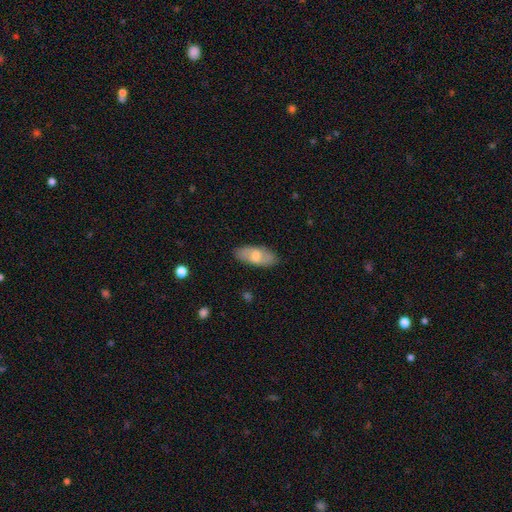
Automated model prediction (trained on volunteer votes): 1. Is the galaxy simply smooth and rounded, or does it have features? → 61% smooth, 32% featured or disk, 6% star or artifact.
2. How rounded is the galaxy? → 85% in between, 13% cigar-shaped, 3% round.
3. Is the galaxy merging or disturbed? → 85% none, 12% minor disturbance, 3% major disturbance, 1% merger.